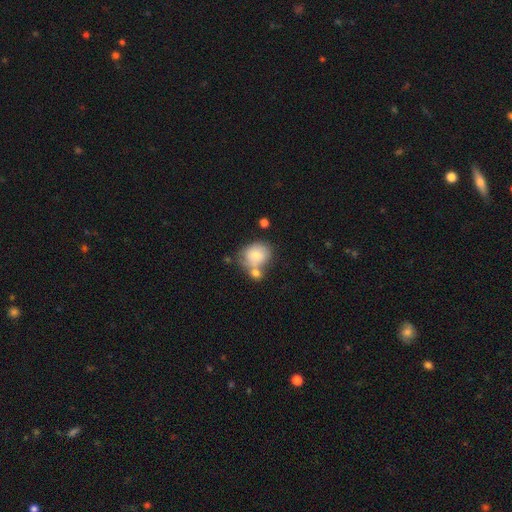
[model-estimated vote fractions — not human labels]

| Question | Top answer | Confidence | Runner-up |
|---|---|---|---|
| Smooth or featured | smooth | 73% | featured or disk (19%) |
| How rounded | round | 60% | in between (39%) |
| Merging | none | 42% | merger (34%) |